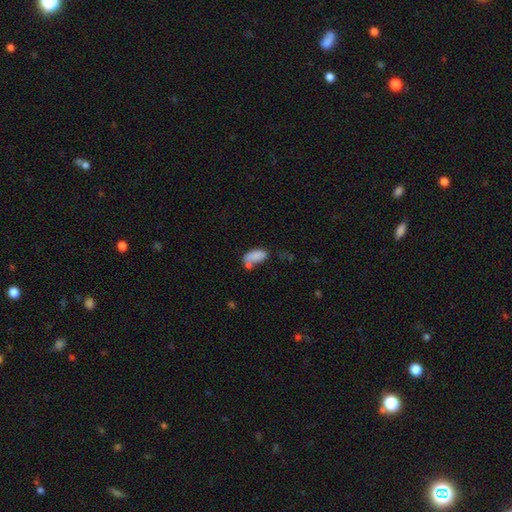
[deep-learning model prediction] smooth 79%, featured or disk 12%, star or artifact 9%. Down the decision tree: how rounded — in between (91%); merging — none (33%).